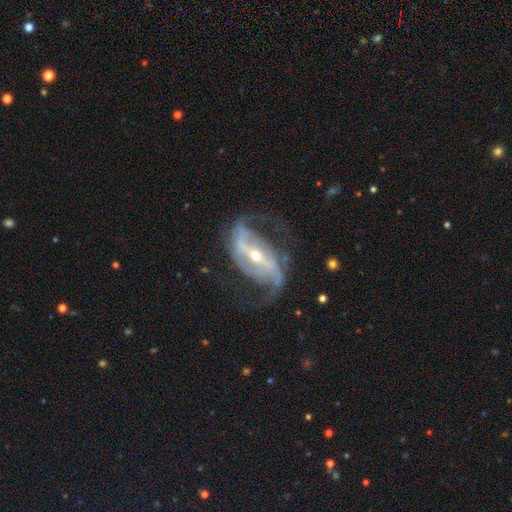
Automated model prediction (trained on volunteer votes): The model was most divided on "spiral winding": loose: 53%, medium: 37%, tight: 10%. More confident: spiral arms — yes (96%); edge-on disk — no (95%); smooth or featured — featured or disk (91%); spiral arm count — 2 (88%); bar — strong (67%); merging — none (66%); bulge size — small (59%).